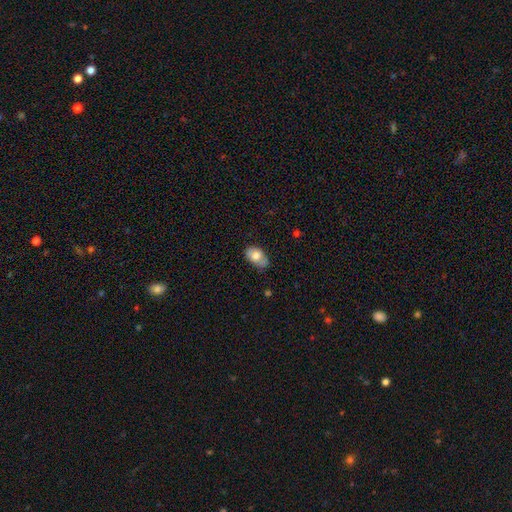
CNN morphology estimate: Smooth or featured? smooth (73%)
How rounded? in between (90%)
Merging? none (59%)